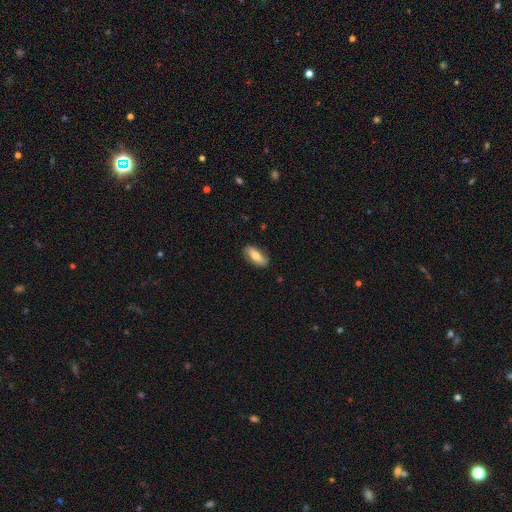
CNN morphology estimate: smooth 66%, featured or disk 28%, star or artifact 6%. Down the decision tree: how rounded — in between (77%); merging — none (83%).